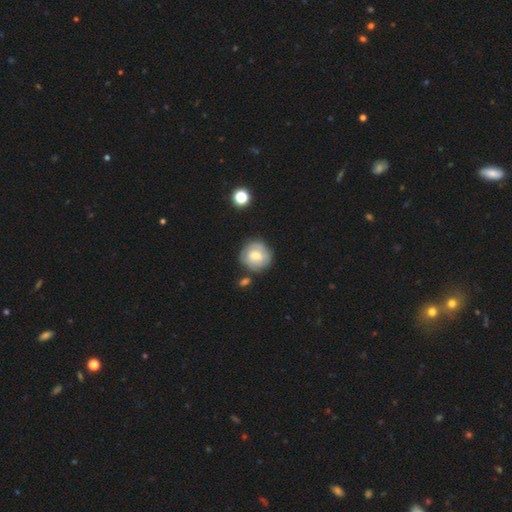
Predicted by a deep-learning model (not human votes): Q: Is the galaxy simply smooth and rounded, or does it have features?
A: smooth — 46%, tied with featured or disk.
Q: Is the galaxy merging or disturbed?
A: none — 71%.